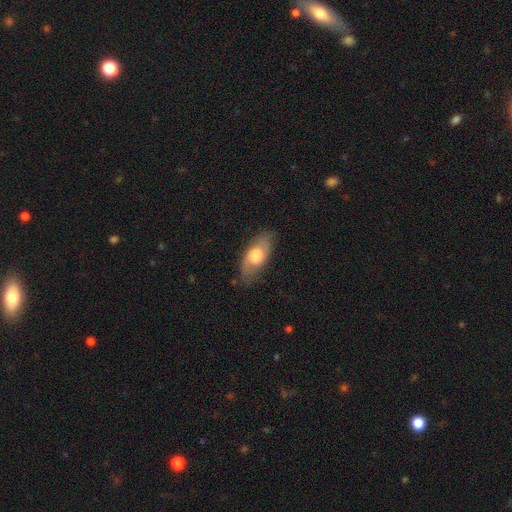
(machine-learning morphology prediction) A smooth galaxy with no disk features (59%) that is in between round and cigar-shaped (84%).

Vote fractions:
- Smooth or featured? smooth: 59% / featured or disk: 35% / star or artifact: 6%
- How rounded? in between: 84% / cigar-shaped: 11% / round: 5%
- Merging? none: 76% / minor disturbance: 18% / major disturbance: 5% / merger: 1%